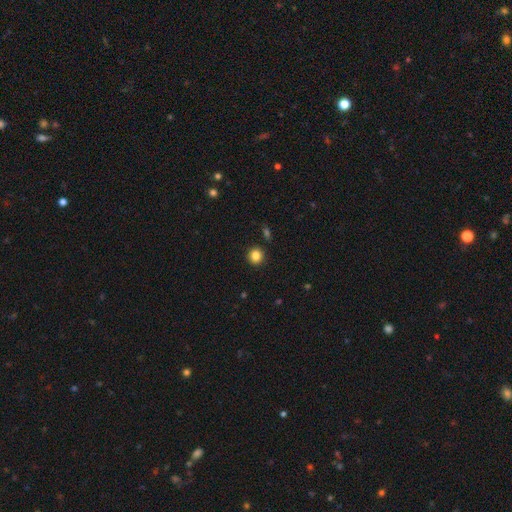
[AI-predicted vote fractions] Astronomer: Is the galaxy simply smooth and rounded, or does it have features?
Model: smooth — 84%.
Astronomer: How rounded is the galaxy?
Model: round — 91%.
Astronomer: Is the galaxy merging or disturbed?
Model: none — 91%.